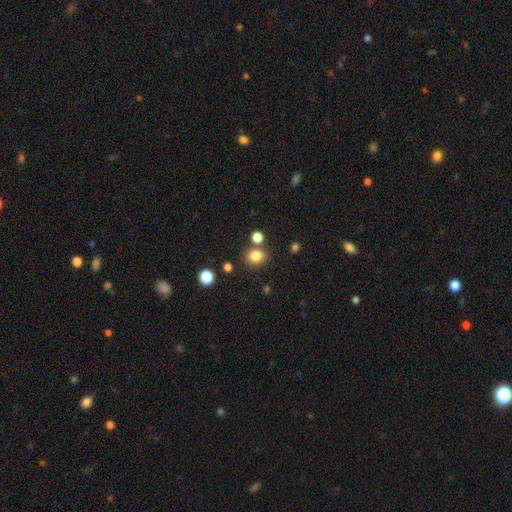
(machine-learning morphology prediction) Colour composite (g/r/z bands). It shows a smooth galaxy with no disk features (82%) that is round (72%). Merging: none (75%).